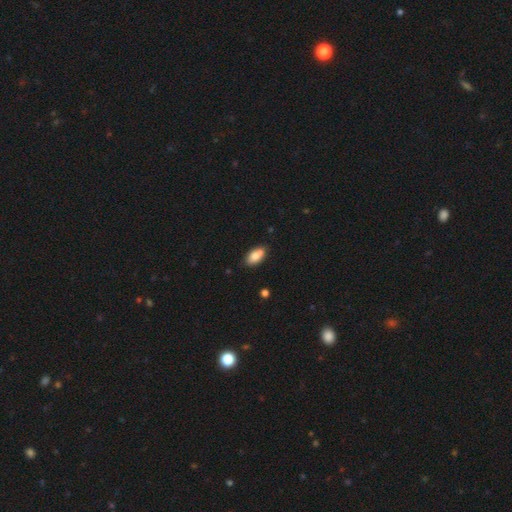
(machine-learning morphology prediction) smooth-or-featured: smooth: 83% | featured or disk: 9% | star or artifact: 7%
  how-rounded: in between: 91% | cigar-shaped: 5% | round: 4%
  merging: none: 74% | minor disturbance: 16% | merger: 7% | major disturbance: 3%